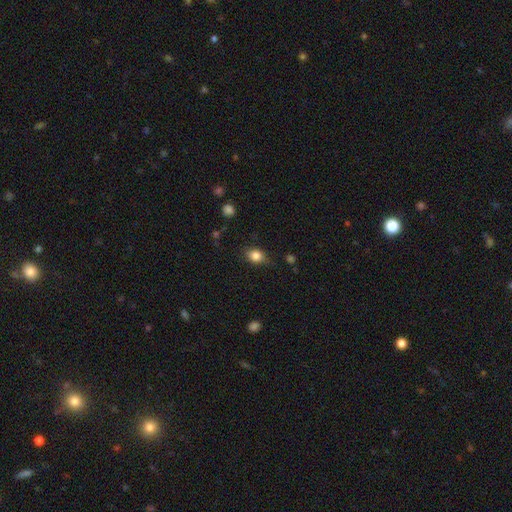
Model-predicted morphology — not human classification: This is clearly a smooth galaxy (83%). How rounded: likely in between (61%). Merging: likely none (75%).